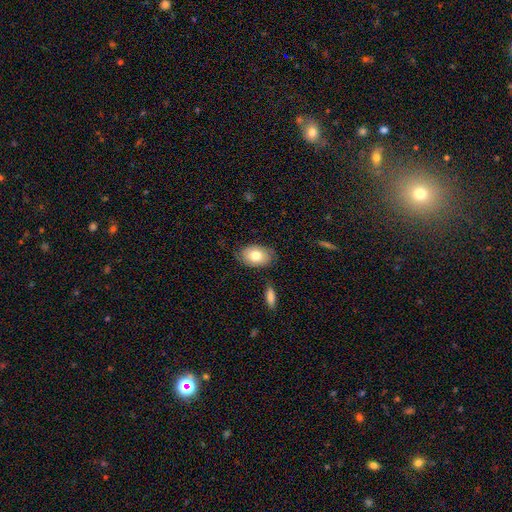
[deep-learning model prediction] smooth 76%, featured or disk 17%, star or artifact 7%. Down the decision tree: how rounded — in between (85%); merging — none (78%).